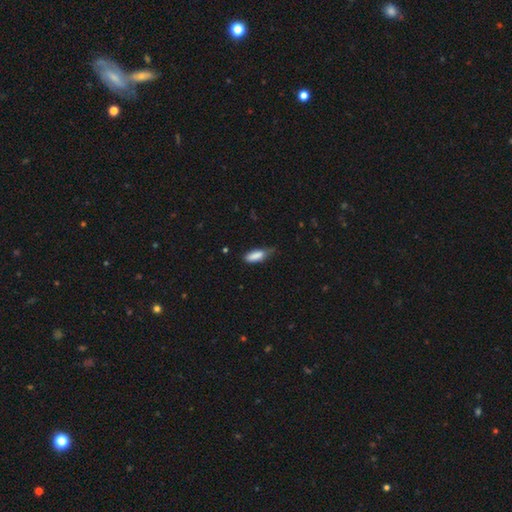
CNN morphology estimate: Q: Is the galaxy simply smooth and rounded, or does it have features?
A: smooth — 85%.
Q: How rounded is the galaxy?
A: in between — 69%.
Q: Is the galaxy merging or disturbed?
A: none — 50%.